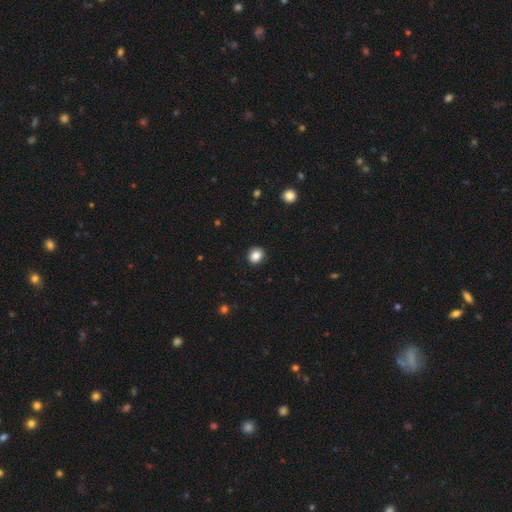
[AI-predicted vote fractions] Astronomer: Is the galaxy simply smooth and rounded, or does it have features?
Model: smooth — 86%.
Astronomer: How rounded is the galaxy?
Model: round — 72%.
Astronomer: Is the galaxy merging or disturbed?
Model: none — 89%.